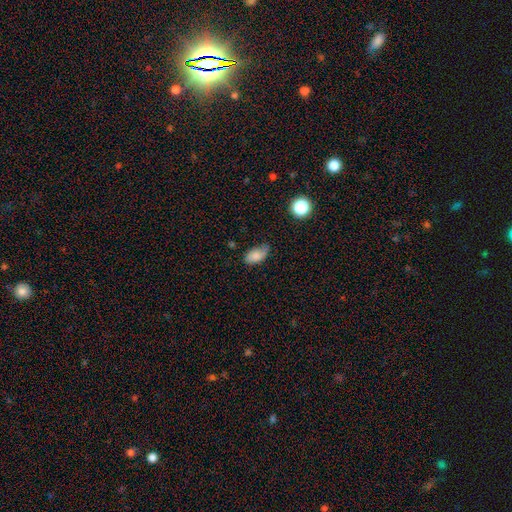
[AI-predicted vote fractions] smooth 79%, featured or disk 12%, star or artifact 9%. Down the decision tree: how rounded — in between (92%); merging — none (58%).